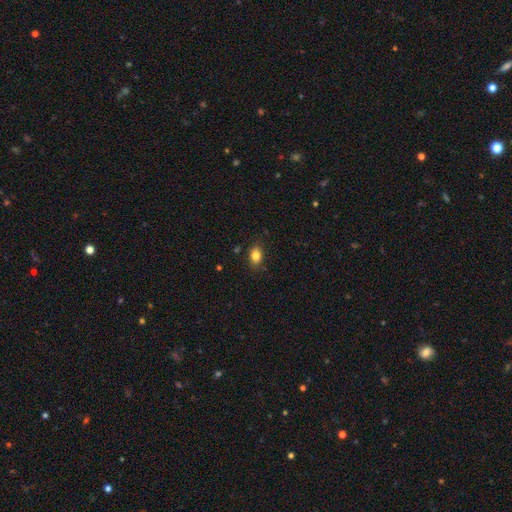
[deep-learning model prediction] Smooth or featured? Predicted: smooth (p=0.83). How rounded? Predicted: in between (p=0.82). Merging? Predicted: none (p=0.85).